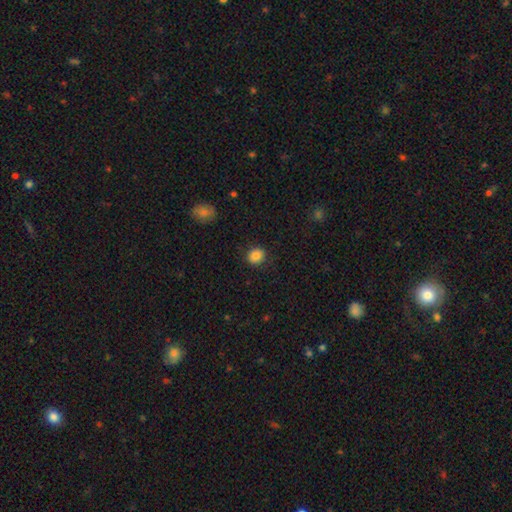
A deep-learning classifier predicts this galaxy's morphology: Smooth or featured? Predicted: smooth (p=0.84). How rounded? Predicted: round (p=0.81). Merging? Predicted: none (p=0.86).